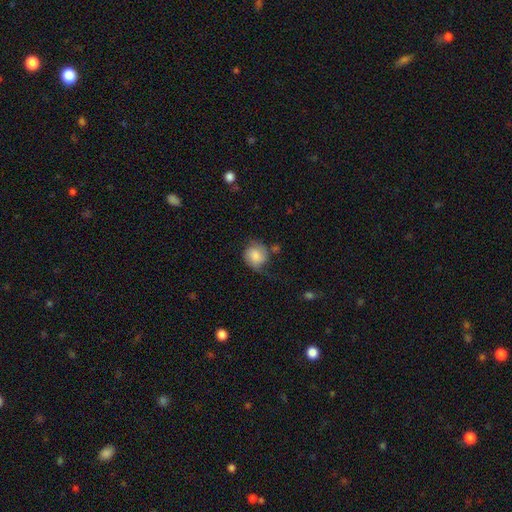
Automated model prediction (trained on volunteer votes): Overall: smooth (64%; featured or disk 28%). How rounded: round (78%). Merging: none (48%; minor disturbance 30%).